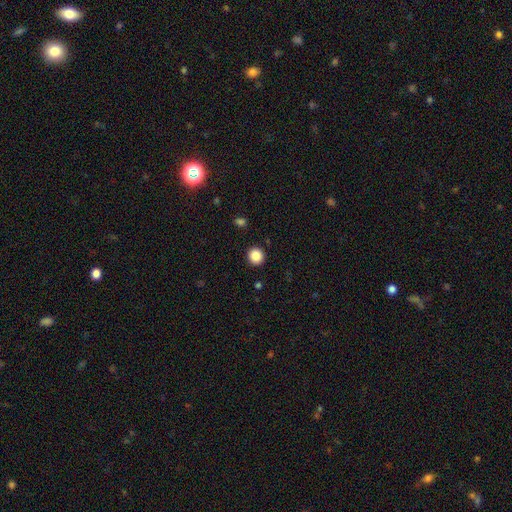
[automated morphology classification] This is clearly a smooth galaxy (86%). How rounded: clearly round (92%). Merging: clearly none (92%).